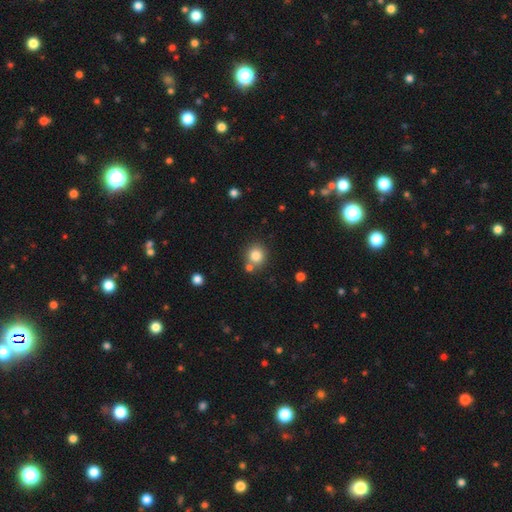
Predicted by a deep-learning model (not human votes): Q: Smooth or featured?
A: smooth (82%); runner-up: star or artifact (11%)
Q: How rounded?
A: round (88%); runner-up: in between (11%)
Q: Merging?
A: none (73%); runner-up: merger (16%)